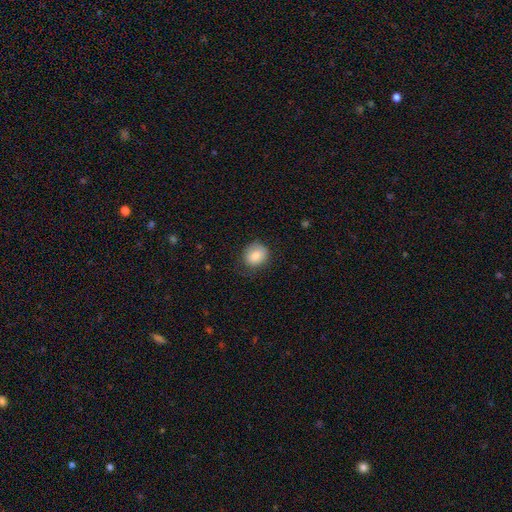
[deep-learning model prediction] Smooth or featured? smooth (86%)
How rounded? round (73%)
Merging? none (72%)